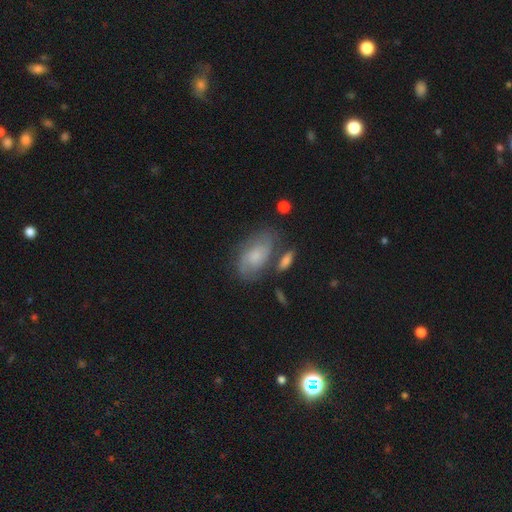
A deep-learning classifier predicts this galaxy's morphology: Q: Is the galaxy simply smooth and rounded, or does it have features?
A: featured or disk — 50%.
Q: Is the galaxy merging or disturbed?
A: none — 58%.